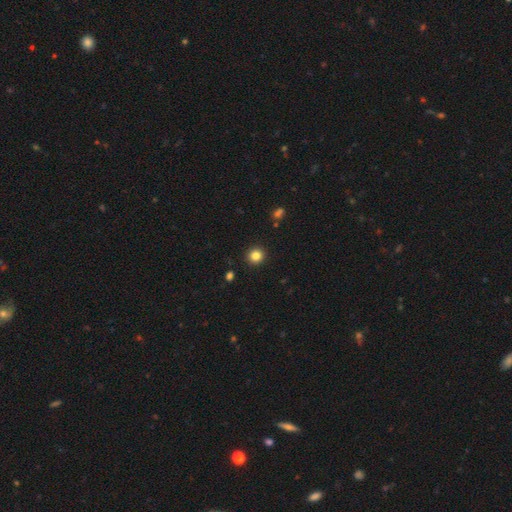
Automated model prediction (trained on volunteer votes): Smooth or featured? smooth (83%)
How rounded? round (92%)
Merging? none (92%)